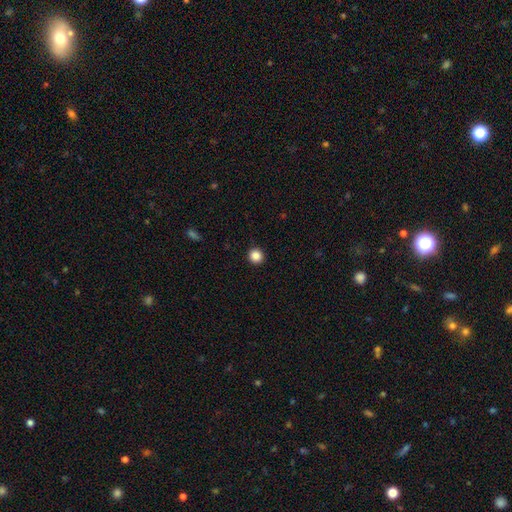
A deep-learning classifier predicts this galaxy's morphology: Smooth or featured?
  - smooth: 87% *
  - star or artifact: 10%
  - featured or disk: 3%
How rounded?
  - round: 94% *
  - in between: 5%
  - cigar-shaped: 1%
Merging?
  - none: 93% *
  - minor disturbance: 4%
  - major disturbance: 2%
  - merger: 1%